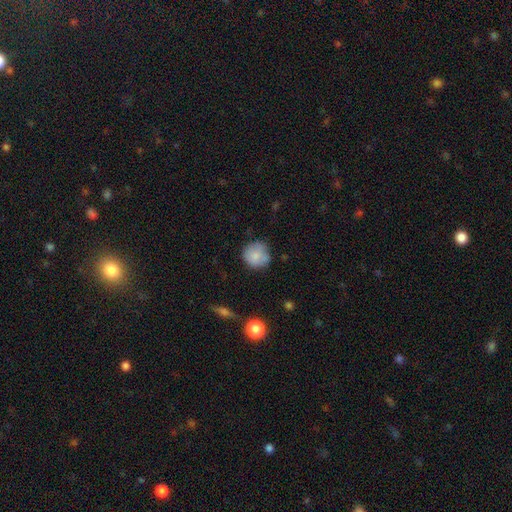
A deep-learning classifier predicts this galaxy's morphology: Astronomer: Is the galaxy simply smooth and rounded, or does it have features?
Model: smooth — 79%.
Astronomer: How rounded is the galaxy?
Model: round — 91%.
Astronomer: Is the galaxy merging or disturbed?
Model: none — 72%.